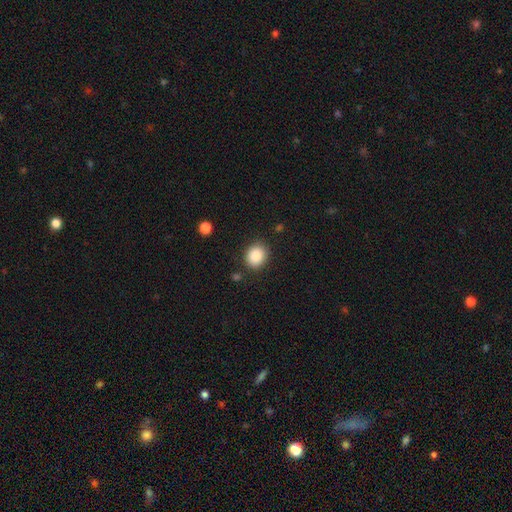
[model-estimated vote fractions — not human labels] Smooth or featured?
  - smooth: 88% *
  - star or artifact: 8%
  - featured or disk: 4%
How rounded?
  - round: 65% *
  - in between: 34%
  - cigar-shaped: 1%
Merging?
  - none: 85% *
  - minor disturbance: 10%
  - major disturbance: 3%
  - merger: 2%